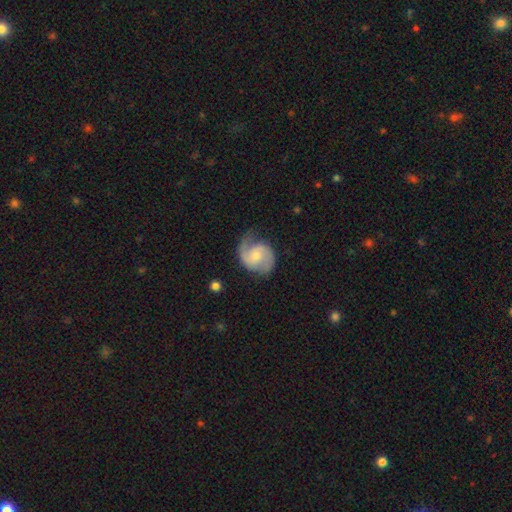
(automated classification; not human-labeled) Overall: featured or disk (82%). Edge-on disk: no (98%). Bar: no (58%; weak 36%). Spiral arms: yes (96%). Spiral arm count: 2 (85%). Spiral winding: medium (51%; tight 26%). Bulge size: small (49%; moderate 44%). Merging: none (66%).